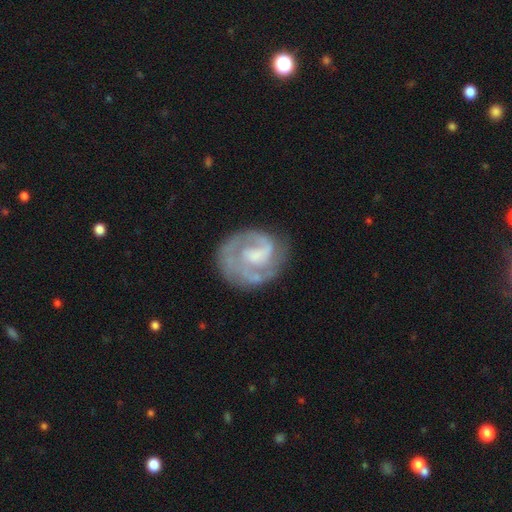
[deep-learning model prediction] featured or disk 79%, smooth 15%, star or artifact 6%. Down the decision tree: edge-on disk — no (98%); bar — no (45%); spiral arms — yes (88%); spiral arm count — 1 (36%); spiral winding — tight (50%); bulge size — small (33%); merging — none (65%).